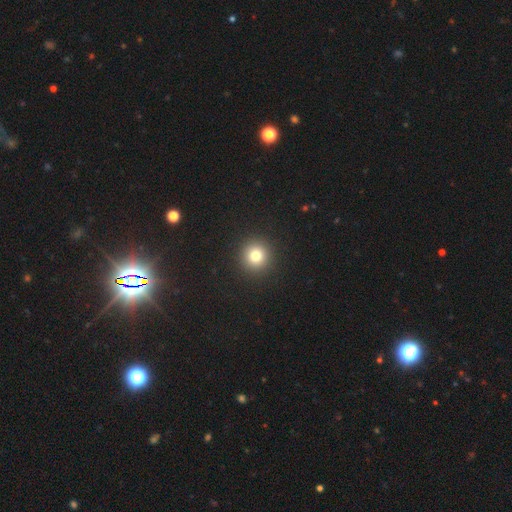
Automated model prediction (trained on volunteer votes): smooth_or_featured: smooth (p=0.79) [alt: star or artifact p=0.14]
how_rounded: round (p=0.95) [alt: in between p=0.04]
merging: none (p=0.93) [alt: minor disturbance p=0.04]